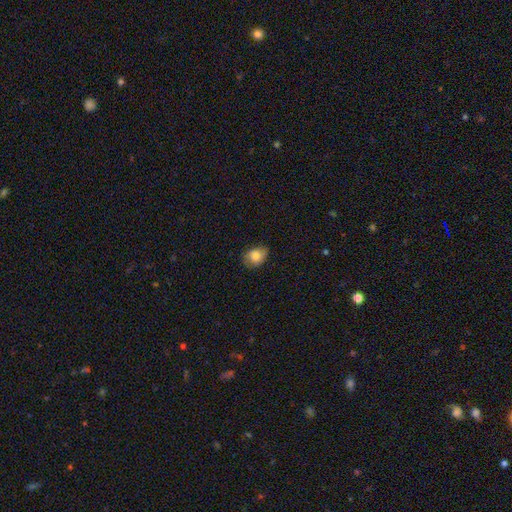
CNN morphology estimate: Smooth or featured? smooth (81%)
How rounded? in between (63%)
Merging? none (71%)